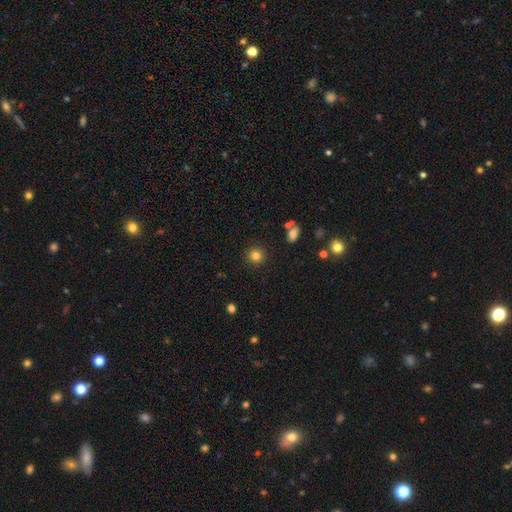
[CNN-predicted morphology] A smooth galaxy with no disk features (82%) that is round (93%). Merging: none (91%).